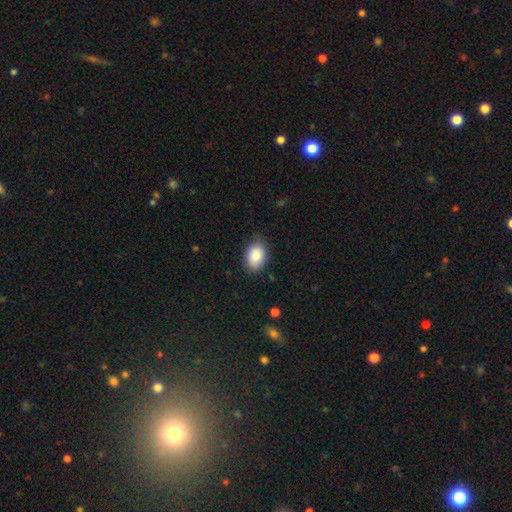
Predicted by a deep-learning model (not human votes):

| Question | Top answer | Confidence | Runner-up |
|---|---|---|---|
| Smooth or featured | smooth | 87% | star or artifact (7%) |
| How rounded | in between | 84% | round (15%) |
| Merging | none | 80% | minor disturbance (15%) |